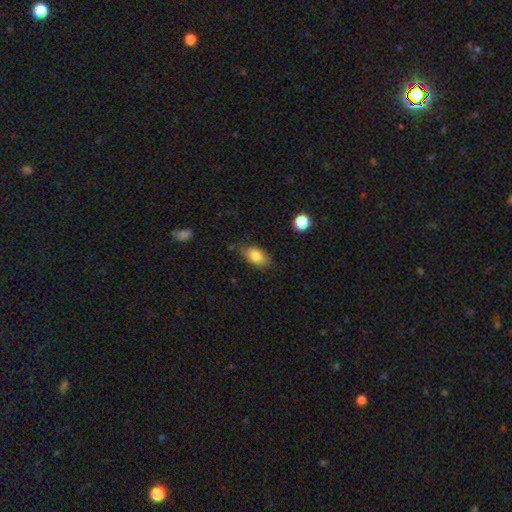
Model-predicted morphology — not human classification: Overall: smooth (83%). How rounded: in between (90%). Merging: none (77%).